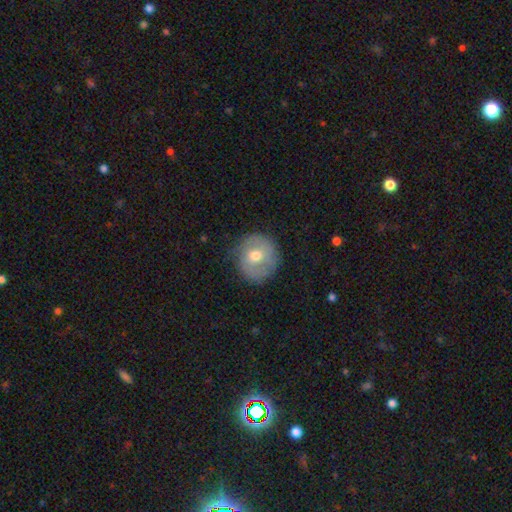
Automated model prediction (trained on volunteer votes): Smooth or featured? Predicted: smooth (p=0.51). How rounded? Predicted: round (p=0.89). Merging? Predicted: none (p=0.77).